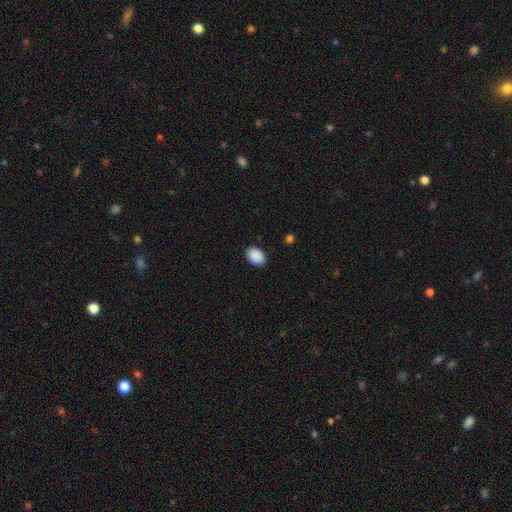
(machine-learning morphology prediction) Smooth or featured? smooth (90%)
How rounded? in between (75%)
Merging? none (88%)